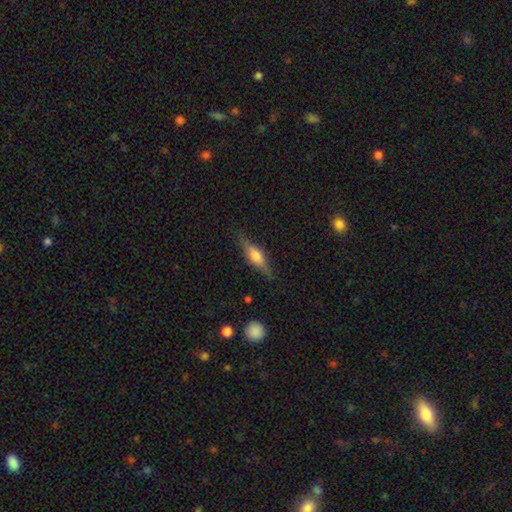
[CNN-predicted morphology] smooth-or-featured: featured or disk: 53% | smooth: 40% | star or artifact: 7%
  disk-edge-on: yes: 93% | no: 7%
  merging: none: 81% | minor disturbance: 14% | major disturbance: 3% | merger: 1%